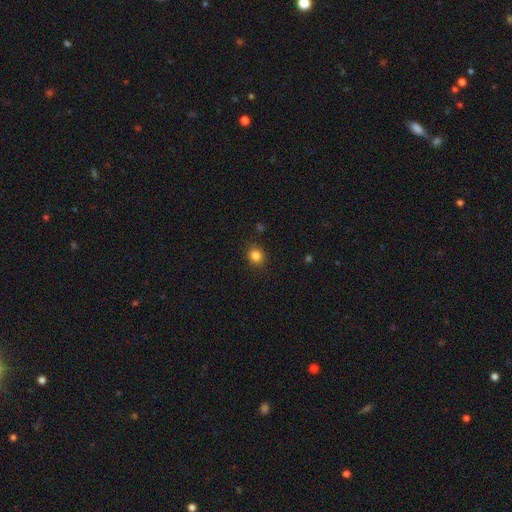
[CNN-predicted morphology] Smooth or featured? smooth (83%)
How rounded? round (77%)
Merging? none (88%)